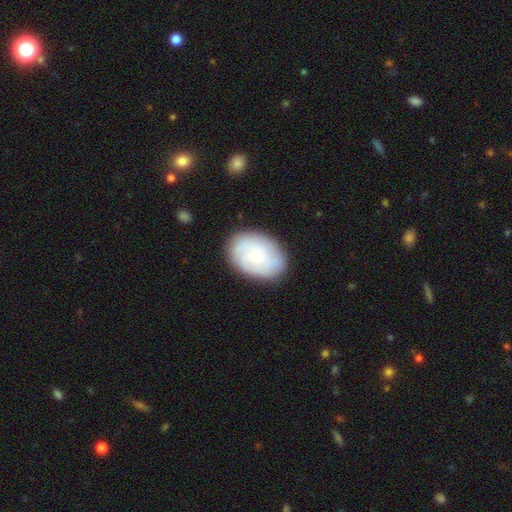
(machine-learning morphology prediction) smooth 53%, featured or disk 40%, star or artifact 7%. Down the decision tree: how rounded — in between (78%); merging — none (83%).